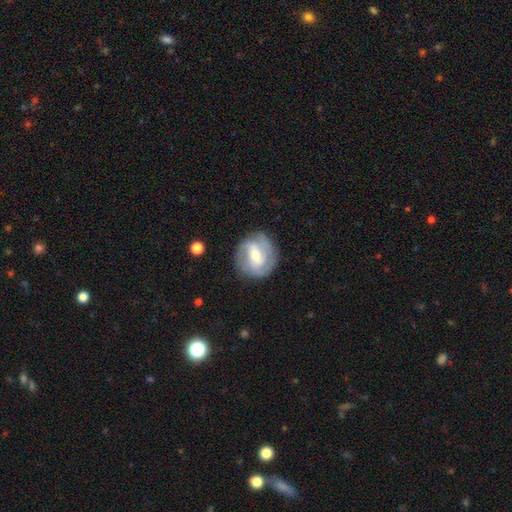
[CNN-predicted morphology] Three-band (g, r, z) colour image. It shows a featured or disk galaxy (70%) with a weak bar (43%), 2 (56%) tight (46%) spiral arms (83%) and a moderate central bulge (53%). Merging: none (79%).